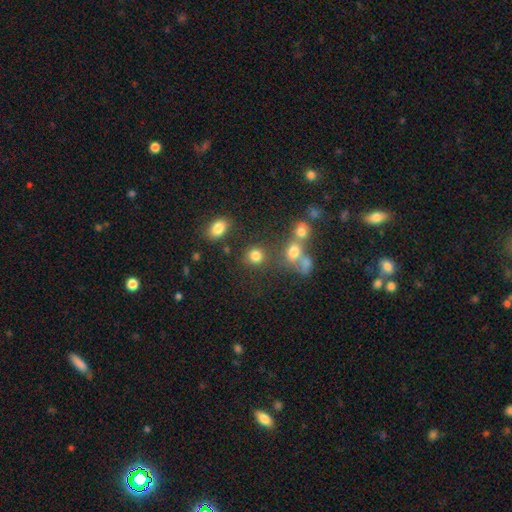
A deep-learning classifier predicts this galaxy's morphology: A smooth galaxy with no disk features (80%) that is round (80%).

Vote fractions:
- Smooth or featured? smooth: 80% / star or artifact: 13% / featured or disk: 7%
- How rounded? round: 80% / in between: 19% / cigar-shaped: 1%
- Merging? none: 69% / merger: 15% / minor disturbance: 10% / major disturbance: 6%